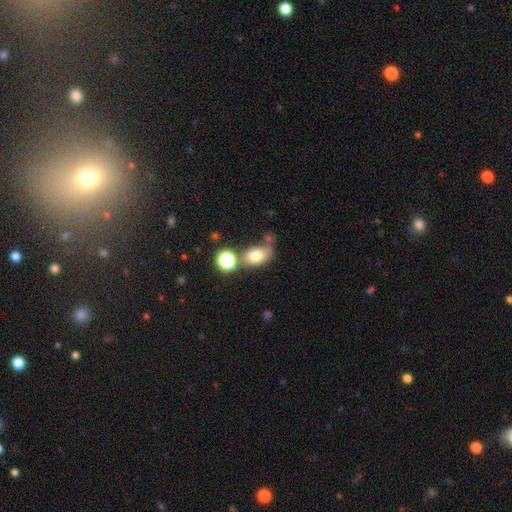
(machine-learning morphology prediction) Q: Smooth or featured?
A: smooth (74%); runner-up: featured or disk (14%)
Q: How rounded?
A: in between (71%); runner-up: round (28%)
Q: Merging?
A: none (44%); runner-up: merger (24%)